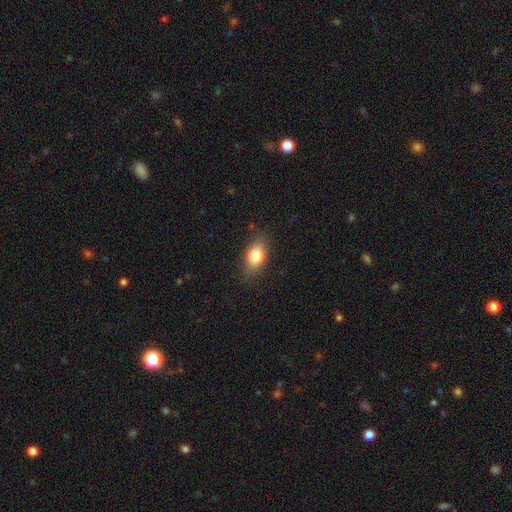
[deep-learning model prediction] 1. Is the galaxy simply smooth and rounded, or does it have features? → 81% smooth, 11% featured or disk, 8% star or artifact.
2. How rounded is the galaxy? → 83% in between, 13% round, 4% cigar-shaped.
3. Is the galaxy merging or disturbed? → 80% none, 15% minor disturbance, 4% major disturbance, 1% merger.